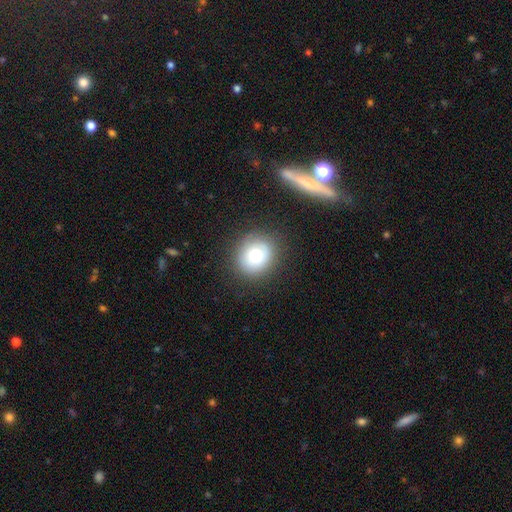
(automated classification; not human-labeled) smooth-or-featured: smooth: 70% | featured or disk: 18% | star or artifact: 12%
  how-rounded: round: 84% | in between: 15% | cigar-shaped: 1%
  merging: none: 85% | minor disturbance: 9% | major disturbance: 4% | merger: 2%